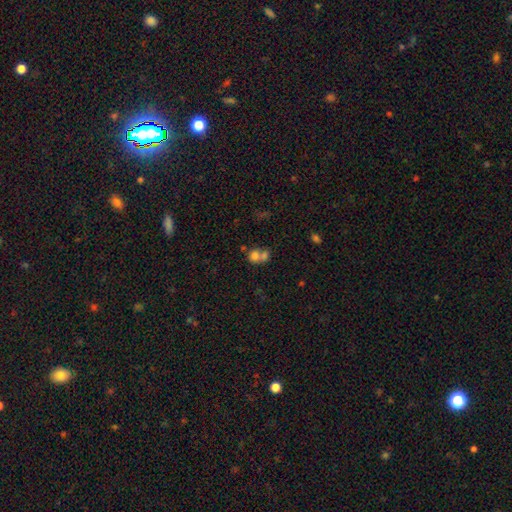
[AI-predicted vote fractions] smooth 73%, featured or disk 16%, star or artifact 12%. Down the decision tree: how rounded — round (64%); merging — merger (65%).